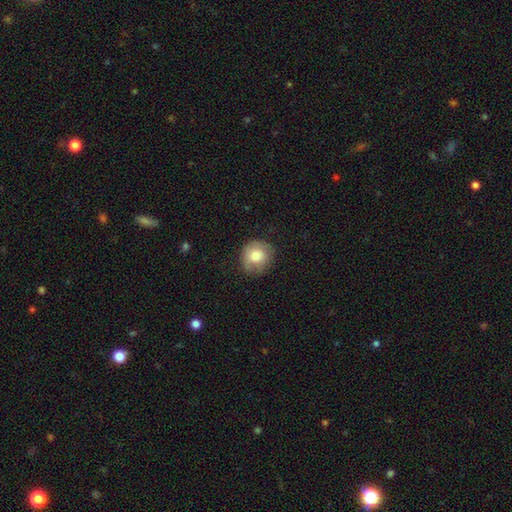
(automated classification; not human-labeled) smooth-or-featured: smooth: 78% | featured or disk: 14% | star or artifact: 8%
  how-rounded: round: 87% | in between: 12% | cigar-shaped: 1%
  merging: none: 75% | minor disturbance: 20% | major disturbance: 5% | merger: 1%